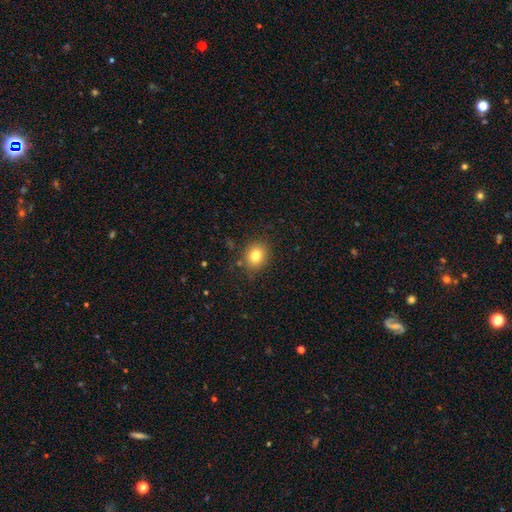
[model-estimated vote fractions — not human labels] Morphology: type=smooth (80%); roundness=round (69%); merging=none (84%).